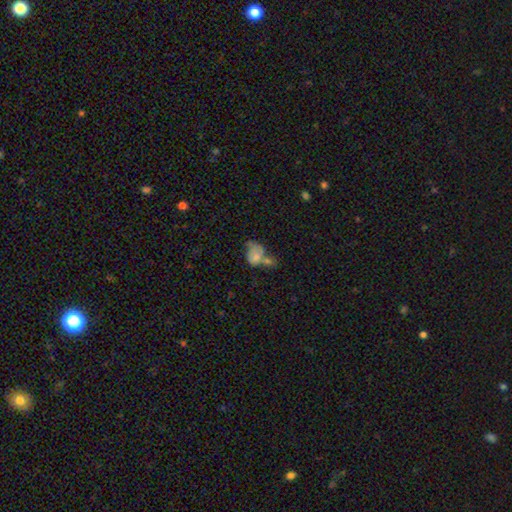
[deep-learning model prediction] smooth-or-featured: smooth: 68% | featured or disk: 23% | star or artifact: 10%
  how-rounded: in between: 66% | round: 33% | cigar-shaped: 1%
  merging: merger: 53% | none: 19% | minor disturbance: 15% | major disturbance: 14%